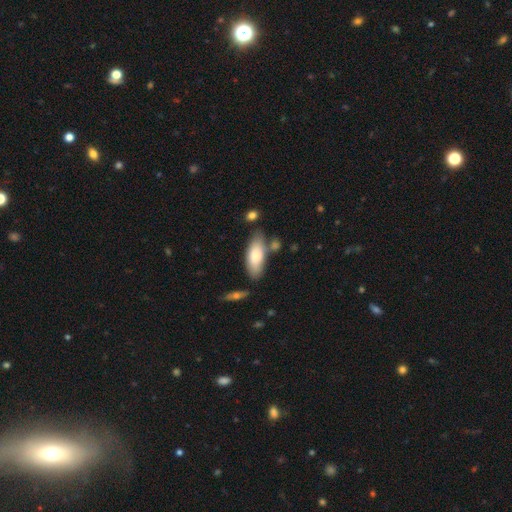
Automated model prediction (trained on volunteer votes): Q: Smooth or featured?
A: smooth (77%); runner-up: featured or disk (17%)
Q: How rounded?
A: in between (79%); runner-up: cigar-shaped (20%)
Q: Merging?
A: none (69%); runner-up: minor disturbance (18%)